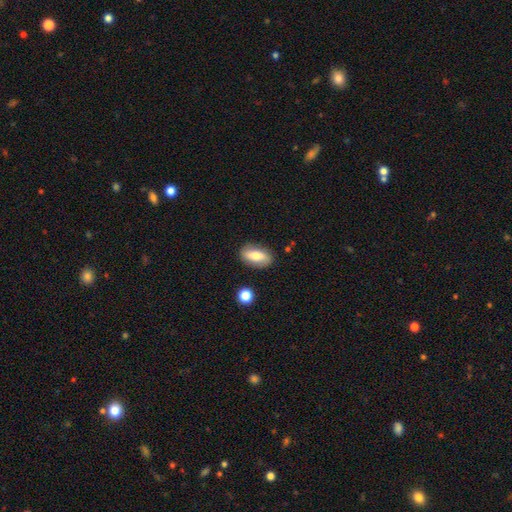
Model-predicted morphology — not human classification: This is likely a smooth galaxy (72%). How rounded: clearly in between (87%). Merging: clearly none (83%).